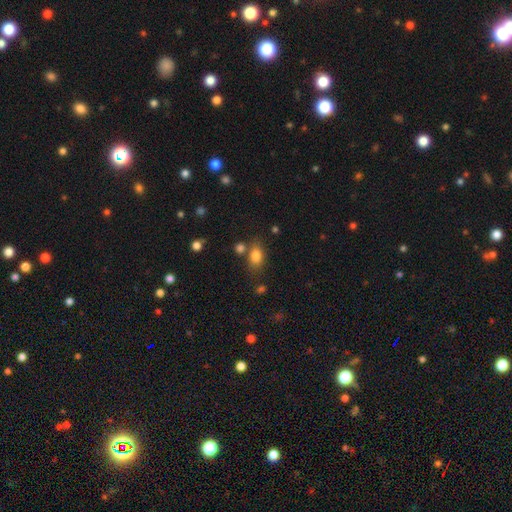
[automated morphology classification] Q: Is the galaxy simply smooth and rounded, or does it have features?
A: smooth — 82%.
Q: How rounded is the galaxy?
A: in between — 79%.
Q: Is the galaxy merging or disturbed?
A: none — 68%.